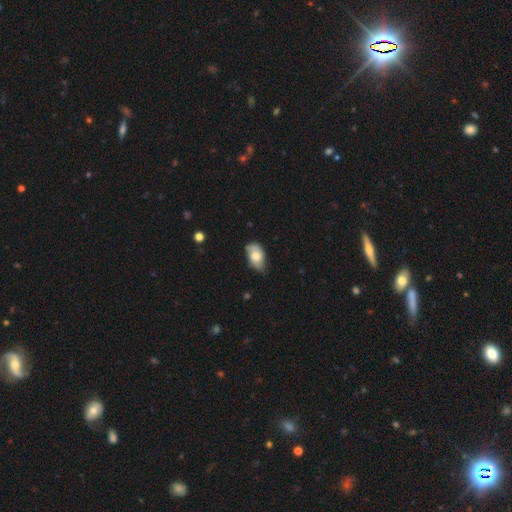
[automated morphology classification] This appears to be a smooth galaxy with no disk features (65%) that is in between round and cigar-shaped (90%). Merging: minor disturbance (44%).